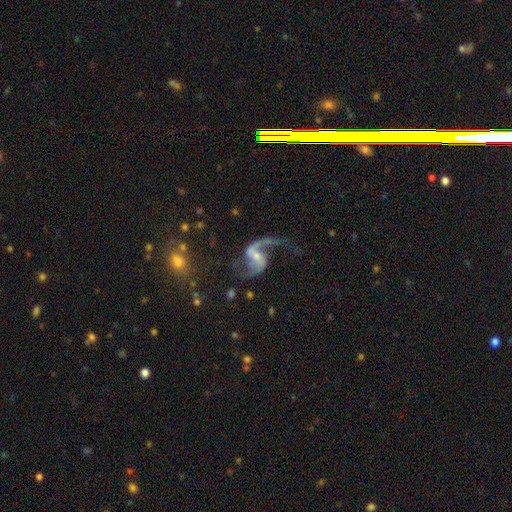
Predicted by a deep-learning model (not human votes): A featured or disk galaxy (89%) with a weak bar (45%), 2 (86%) loose (78%) spiral arms (96%) and a small central bulge (49%). Merging: none (55%).